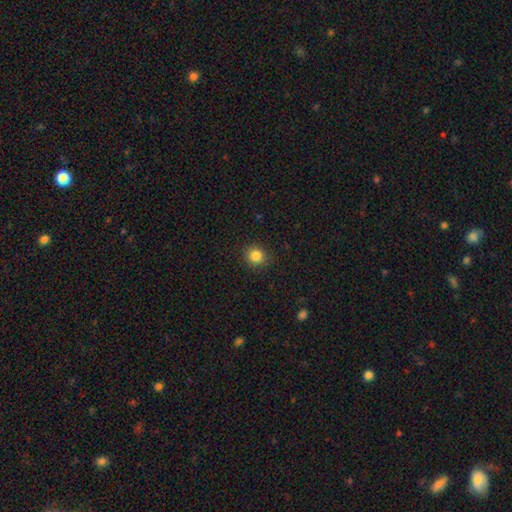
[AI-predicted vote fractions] Smooth or featured? Predicted: smooth (p=0.84). How rounded? Predicted: round (p=0.90). Merging? Predicted: none (p=0.90).